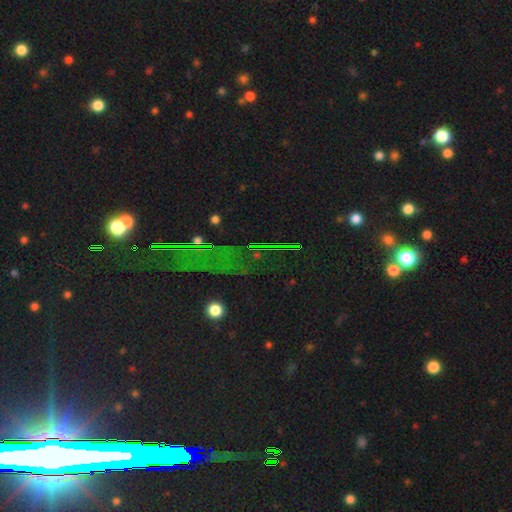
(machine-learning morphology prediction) Smooth or featured? Predicted: star or artifact (p=0.78).